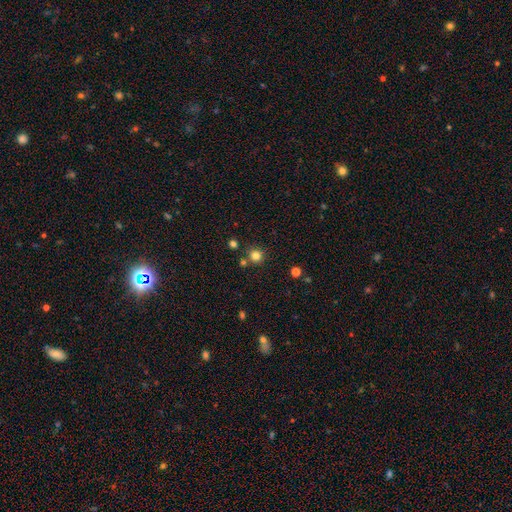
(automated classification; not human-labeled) This appears to be a smooth galaxy with no disk features (80%) that is round (94%). Merging: none (80%).